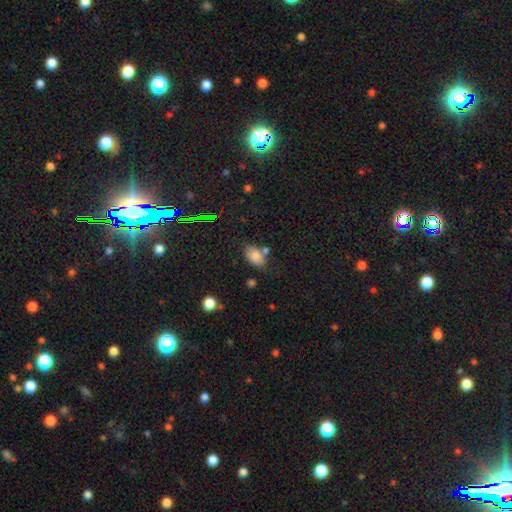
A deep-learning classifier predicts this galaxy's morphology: smooth-or-featured: smooth: 80% | star or artifact: 11% | featured or disk: 9%
  how-rounded: in between: 86% | round: 12% | cigar-shaped: 2%
  merging: none: 62% | minor disturbance: 18% | merger: 15% | major disturbance: 5%